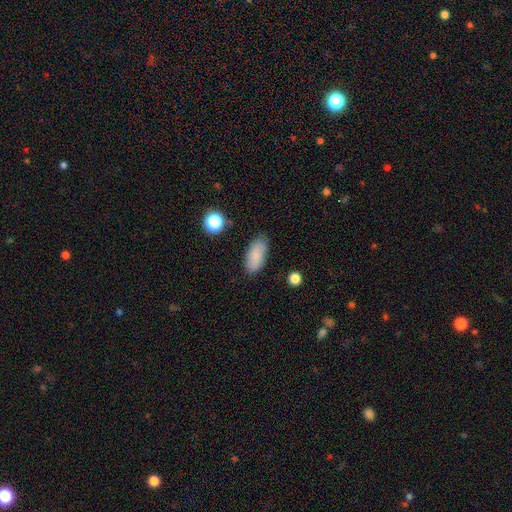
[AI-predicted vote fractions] smooth_or_featured: smooth (p=0.85) [alt: star or artifact p=0.07]
how_rounded: in between (p=0.88) [alt: cigar-shaped p=0.09]
merging: none (p=0.82) [alt: minor disturbance p=0.13]